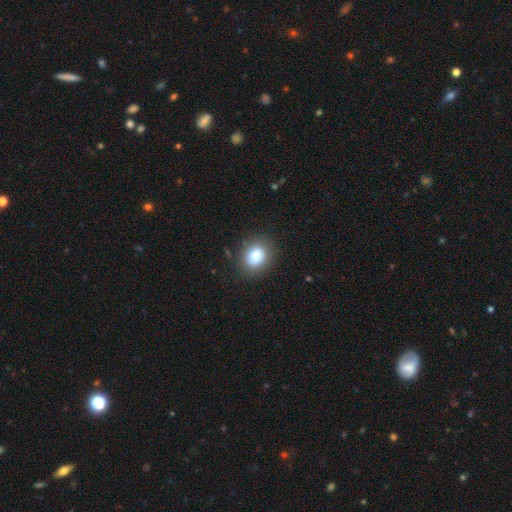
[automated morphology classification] Smooth or featured: smooth — 81% (star or artifact — 10%)
How rounded: round — 53% (in between — 46%)
Merging: none — 83% (minor disturbance — 12%)